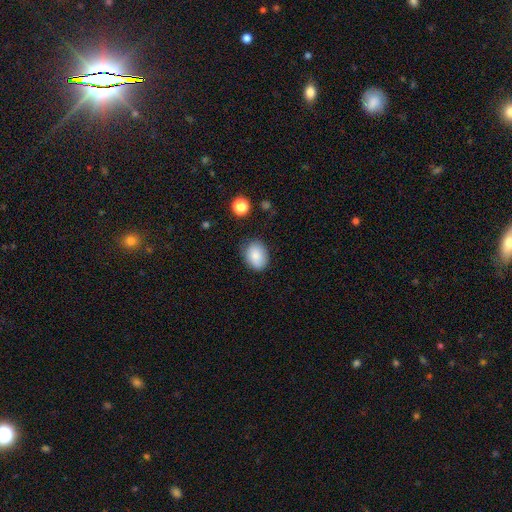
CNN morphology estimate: smooth_or_featured: smooth (p=0.84) [alt: star or artifact p=0.08]
how_rounded: in between (p=0.66) [alt: round p=0.33]
merging: none (p=0.79) [alt: minor disturbance p=0.16]